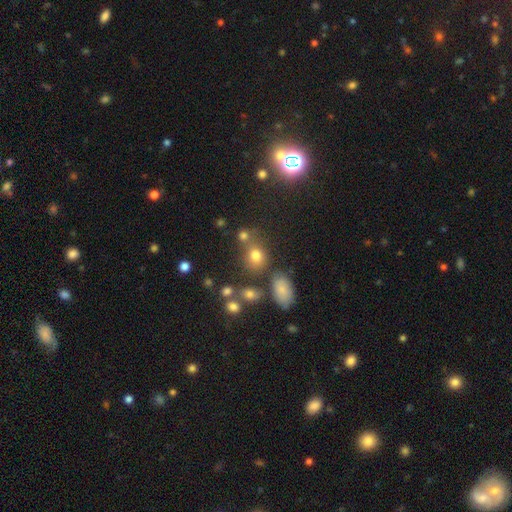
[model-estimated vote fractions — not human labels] This appears to be a smooth galaxy with no disk features (75%) that is round (64%). Merging: none (58%).